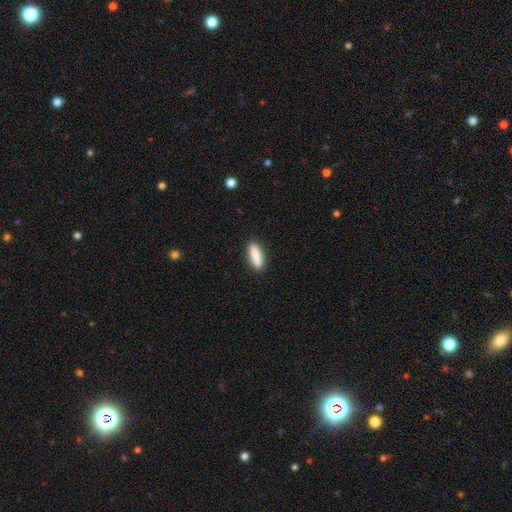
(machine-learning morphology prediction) This is clearly a smooth galaxy (84%). How rounded: possibly cigar-shaped (59%). Merging: clearly none (88%).